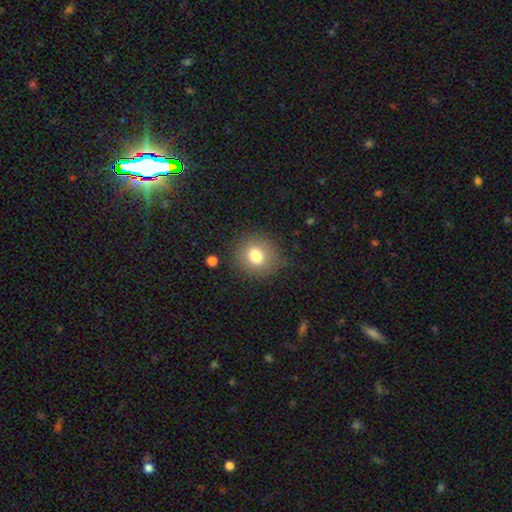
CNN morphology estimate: Smooth or featured: smooth — 77% (star or artifact — 12%)
How rounded: round — 86% (in between — 13%)
Merging: none — 86% (minor disturbance — 9%)